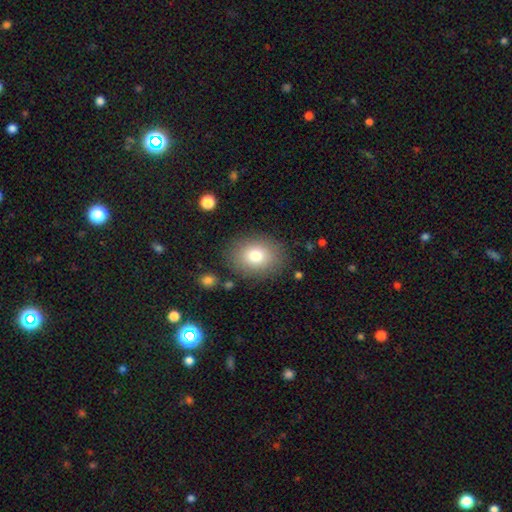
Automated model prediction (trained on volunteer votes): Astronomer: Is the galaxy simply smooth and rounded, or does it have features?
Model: smooth — 79%.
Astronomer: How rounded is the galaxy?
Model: in between — 62% (runner-up: round, 37%).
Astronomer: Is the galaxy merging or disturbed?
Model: none — 83%.